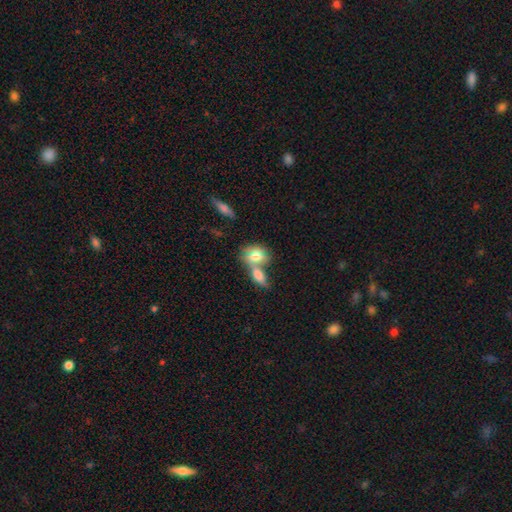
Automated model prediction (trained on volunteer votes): smooth-or-featured: smooth: 75% | featured or disk: 18% | star or artifact: 7%
  how-rounded: in between: 73% | round: 24% | cigar-shaped: 3%
  merging: merger: 61% | none: 26% | minor disturbance: 9% | major disturbance: 4%